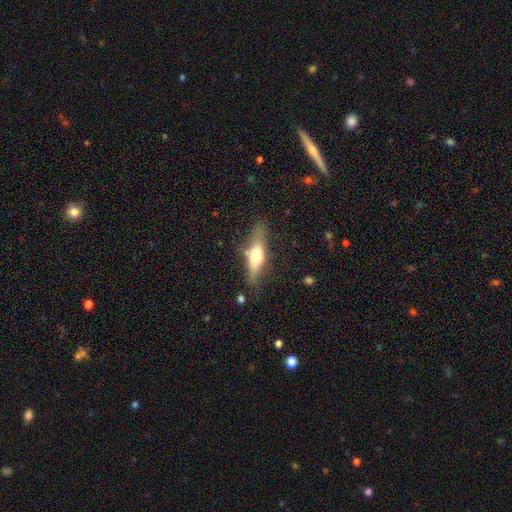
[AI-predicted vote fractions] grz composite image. It shows a smooth galaxy with no disk features (53%) that is cigar-shaped (55%). Merging: none (68%).